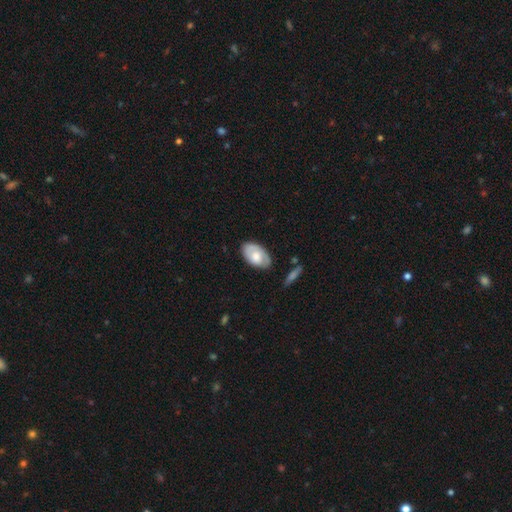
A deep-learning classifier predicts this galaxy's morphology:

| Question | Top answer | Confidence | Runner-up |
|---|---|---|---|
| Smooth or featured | smooth | 54% | featured or disk (40%) |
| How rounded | in between | 93% | round (6%) |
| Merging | none | 71% | minor disturbance (21%) |